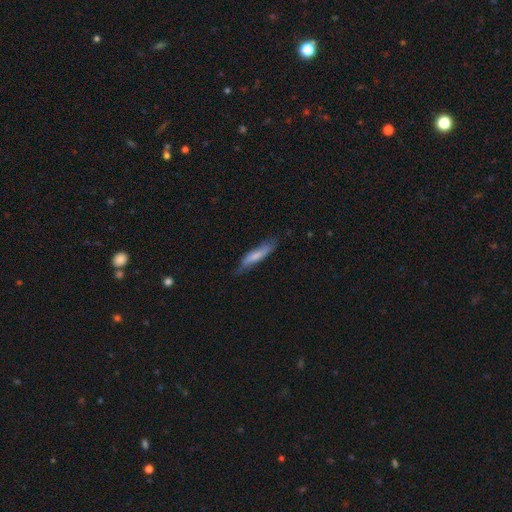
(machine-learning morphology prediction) A smooth galaxy with no disk features (69%) that is cigar-shaped (79%). Merging: none (70%).